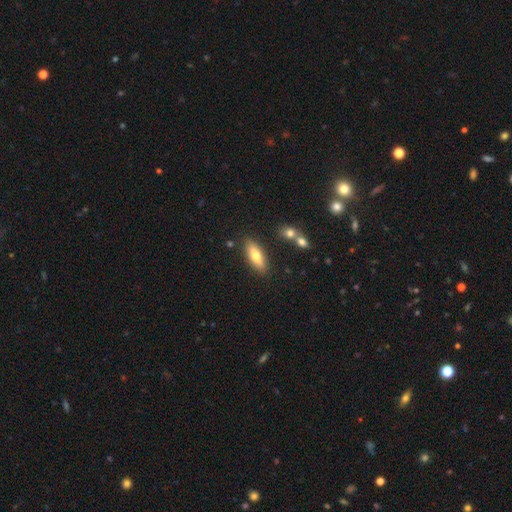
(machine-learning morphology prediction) smooth 66%, featured or disk 28%, star or artifact 6%. Down the decision tree: how rounded — in between (62%); merging — none (84%).